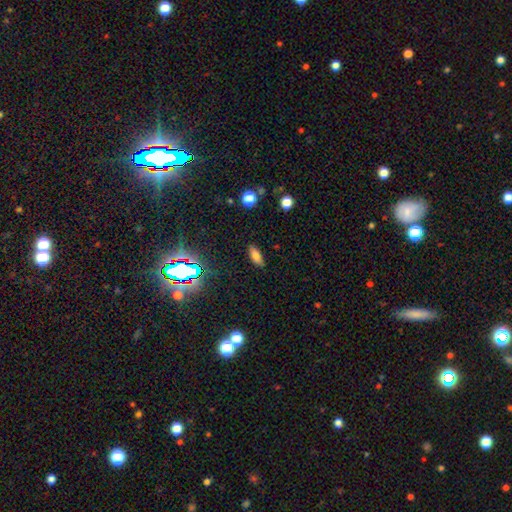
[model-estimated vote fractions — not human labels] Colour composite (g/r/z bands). It shows a smooth galaxy with no disk features (75%) that is in between round and cigar-shaped (74%). Merging: none (85%).